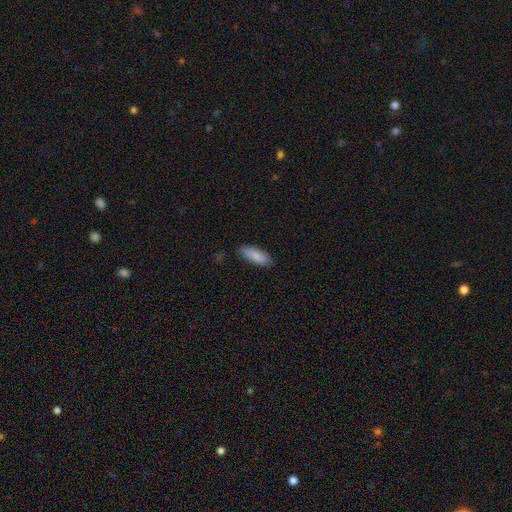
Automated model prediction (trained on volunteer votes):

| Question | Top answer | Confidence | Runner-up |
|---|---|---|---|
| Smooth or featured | smooth | 86% | featured or disk (9%) |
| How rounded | in between | 76% | cigar-shaped (23%) |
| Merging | none | 83% | minor disturbance (14%) |